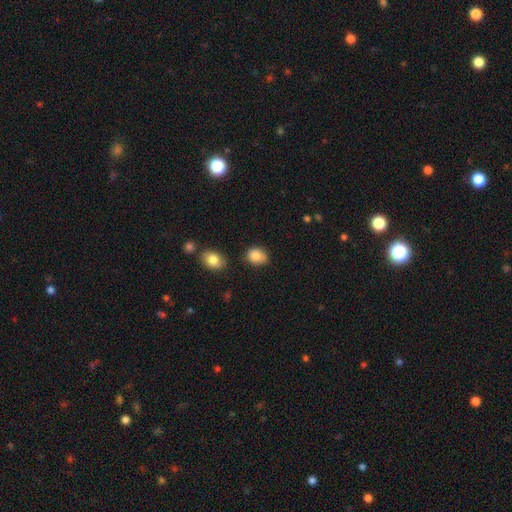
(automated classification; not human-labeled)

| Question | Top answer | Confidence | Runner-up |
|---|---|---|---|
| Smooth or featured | smooth | 86% | star or artifact (8%) |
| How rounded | round | 54% | in between (45%) |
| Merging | none | 68% | minor disturbance (24%) |